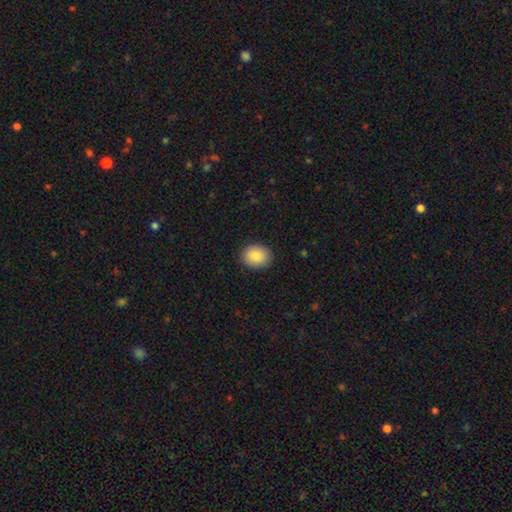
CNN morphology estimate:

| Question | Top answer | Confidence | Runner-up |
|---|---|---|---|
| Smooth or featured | smooth | 87% | star or artifact (8%) |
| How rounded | round | 50% | in between (49%) |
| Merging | none | 89% | minor disturbance (8%) |